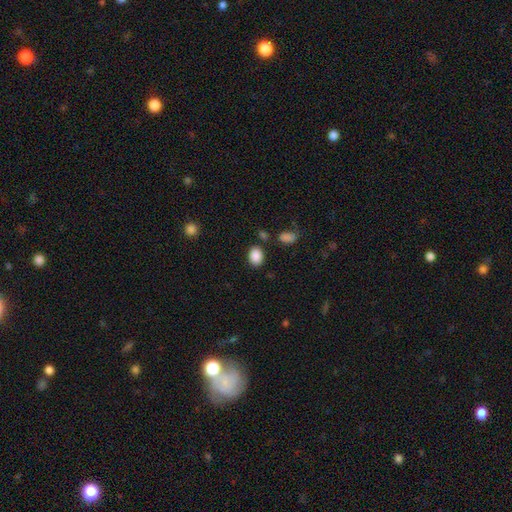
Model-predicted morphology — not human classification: Smooth or featured: smooth — 88% (star or artifact — 9%)
How rounded: in between — 68% (round — 31%)
Merging: none — 80% (minor disturbance — 10%)